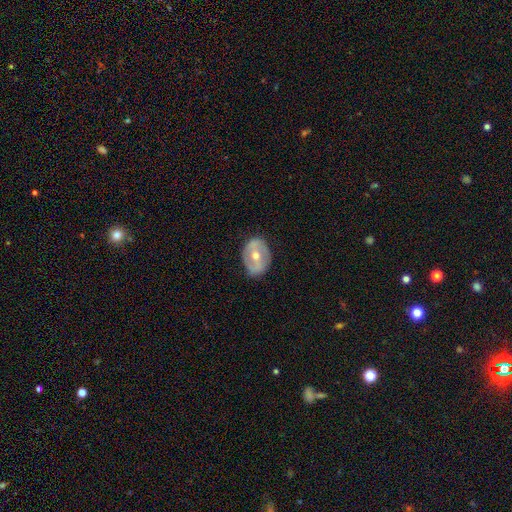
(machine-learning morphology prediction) This is likely a featured or disk galaxy (63%). It is clearly not viewed edge-on (94%). Bar: marginally no (39%). Spiral arm pattern: possibly no (57%). Central bulge: likely moderate (71%). Merging: clearly none (82%).